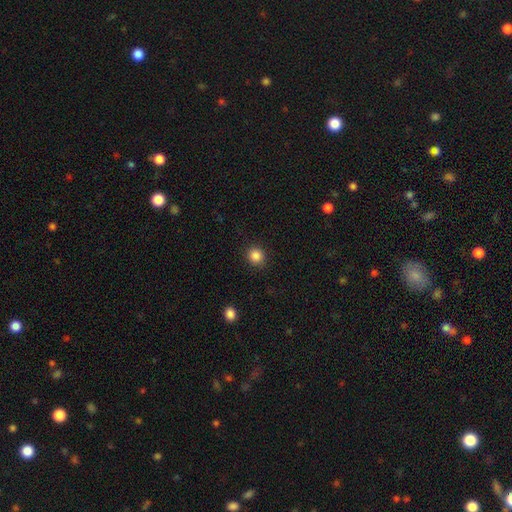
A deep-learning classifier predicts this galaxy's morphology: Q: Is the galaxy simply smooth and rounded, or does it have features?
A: smooth — 86%.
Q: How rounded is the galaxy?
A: round — 91%.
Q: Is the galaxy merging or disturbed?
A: none — 90%.